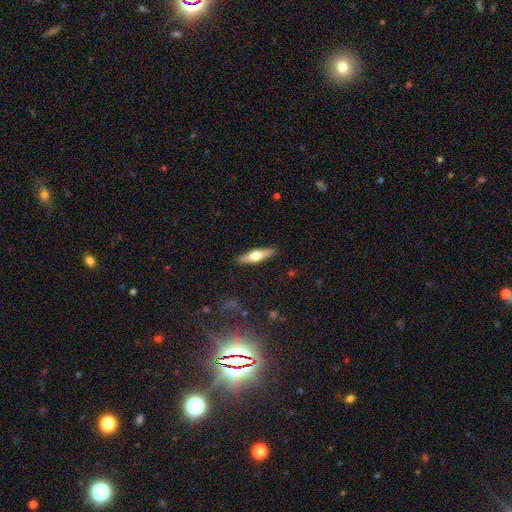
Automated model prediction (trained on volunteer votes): Smooth or featured?
  - featured or disk: 57% *
  - smooth: 37%
  - star or artifact: 6%
Edge-on disk?
  - yes: 95% *
  - no: 5%
Edge-on bulge?
  - rounded: 94% *
  - boxy: 4%
  - none: 2%
Merging?
  - none: 90% *
  - minor disturbance: 7%
  - major disturbance: 2%
  - merger: 1%